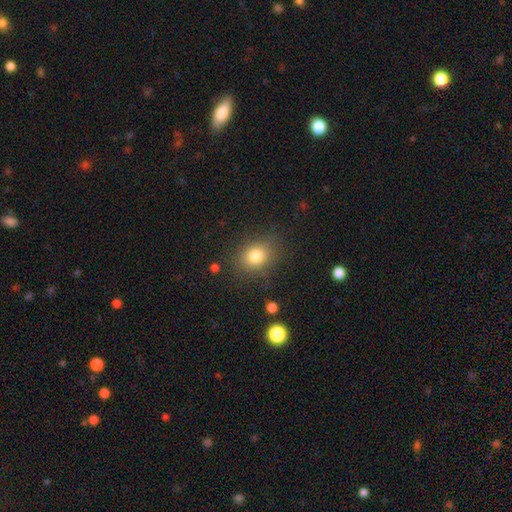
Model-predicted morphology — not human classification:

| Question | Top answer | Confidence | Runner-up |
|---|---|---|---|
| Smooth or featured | smooth | 73% | star or artifact (20%) |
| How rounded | round | 63% | in between (36%) |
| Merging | none | 88% | minor disturbance (8%) |